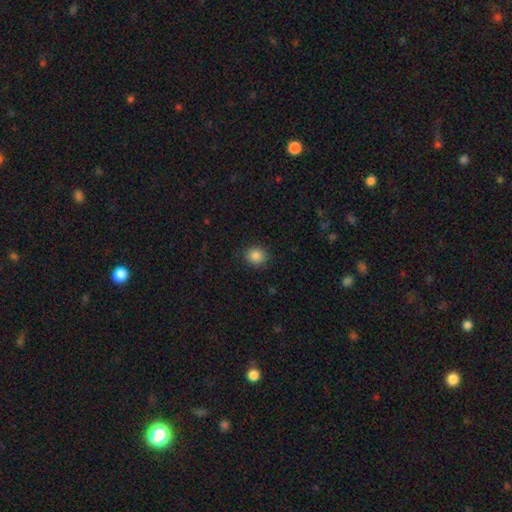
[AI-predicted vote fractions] Overall: smooth (86%). How rounded: round (80%). Merging: none (89%).